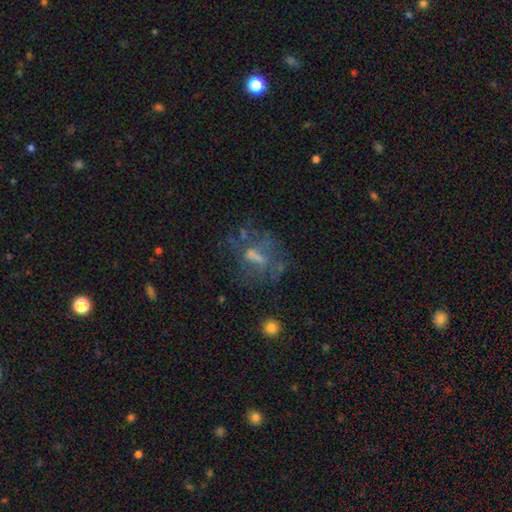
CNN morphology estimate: A featured or disk galaxy (55%) with no bar (51%), no spiral arms (72%) and no central bulge (33%). Merging: none (52%).